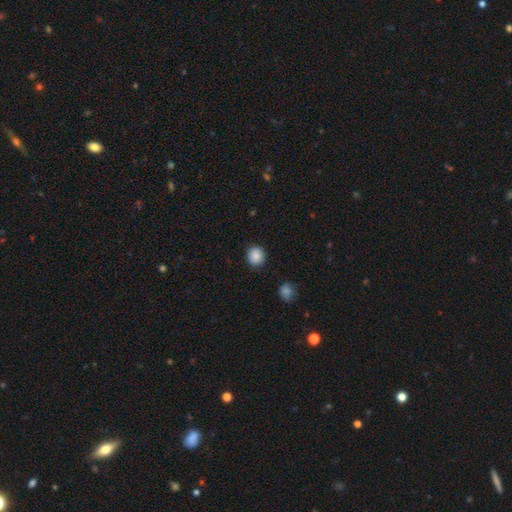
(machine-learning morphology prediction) This is clearly a smooth galaxy (88%). How rounded: clearly round (88%). Merging: clearly none (90%).